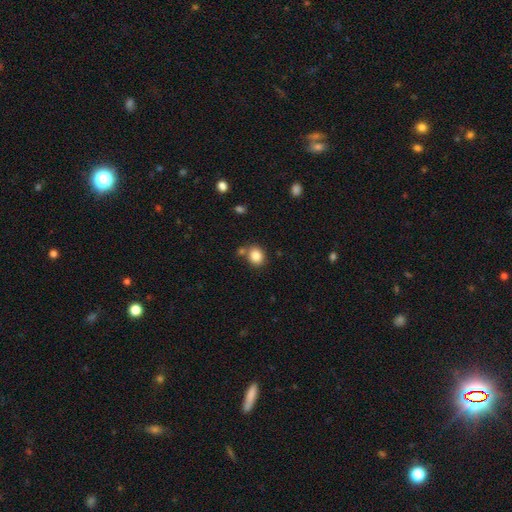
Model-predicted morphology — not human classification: This is clearly a smooth galaxy (85%). How rounded: likely round (69%). Merging: likely none (71%).